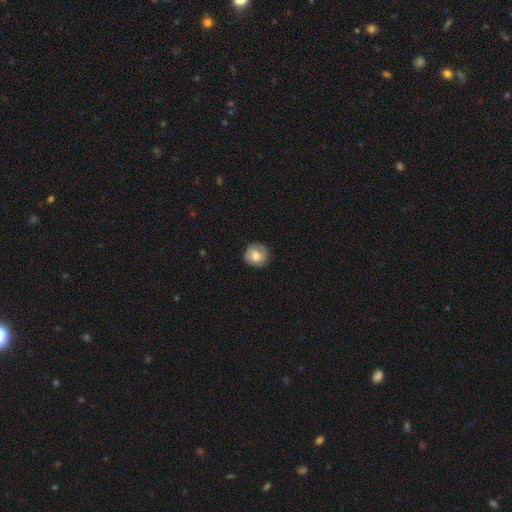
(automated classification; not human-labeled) This appears to be a smooth galaxy with no disk features (73%) that is round (87%). Merging: none (81%).